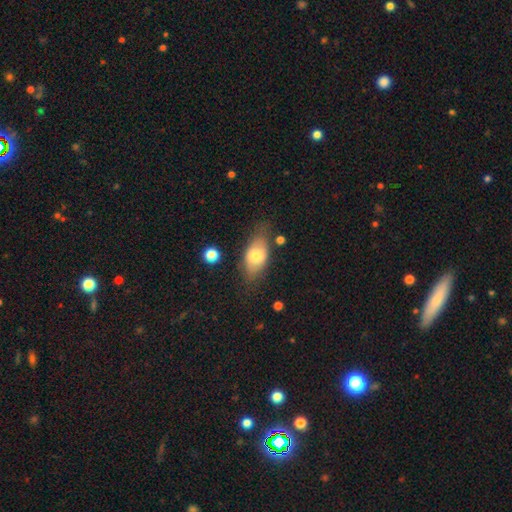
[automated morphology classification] smooth-or-featured: smooth: 70% | featured or disk: 23% | star or artifact: 7%
  how-rounded: in between: 88% | round: 7% | cigar-shaped: 5%
  merging: none: 69% | minor disturbance: 21% | major disturbance: 7% | merger: 4%